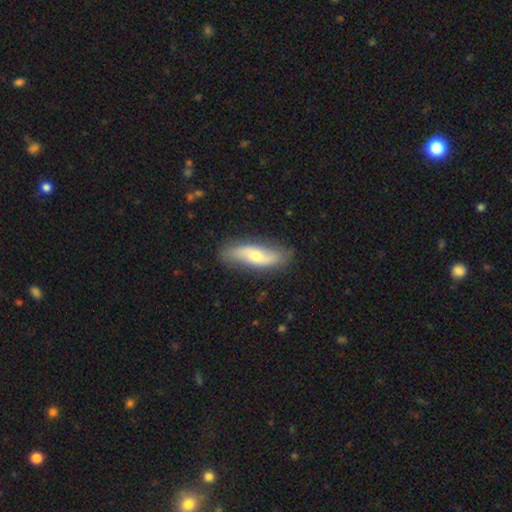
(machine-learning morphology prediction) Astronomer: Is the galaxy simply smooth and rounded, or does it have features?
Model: featured or disk — 50% (runner-up: smooth, 44%).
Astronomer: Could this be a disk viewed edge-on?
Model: no — 72%.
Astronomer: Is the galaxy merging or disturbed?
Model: none — 80%.